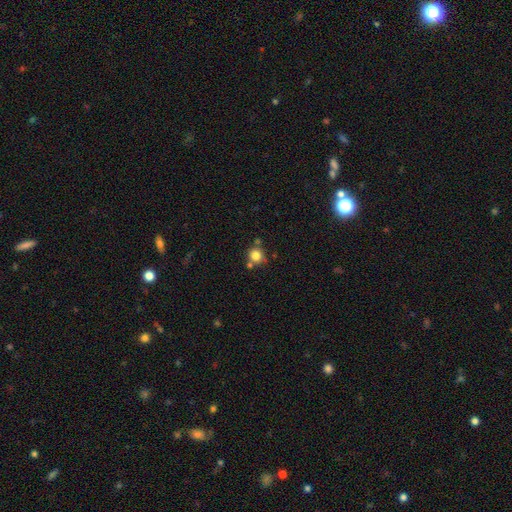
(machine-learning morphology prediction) Overall: smooth (81%). How rounded: round (90%). Merging: none (69%).